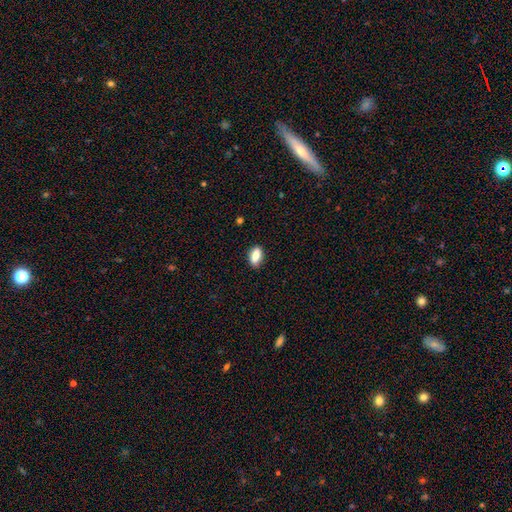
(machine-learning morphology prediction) This appears to be a smooth galaxy with no disk features (85%) that is in between round and cigar-shaped (84%). Merging: none (86%).